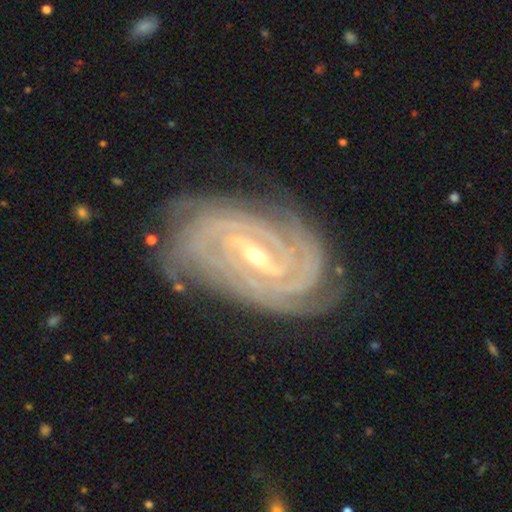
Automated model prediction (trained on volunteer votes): Smooth or featured?
  - featured or disk: 92% *
  - star or artifact: 5%
  - smooth: 4%
Edge-on disk?
  - no: 96% *
  - yes: 4%
Bar?
  - strong: 53% *
  - weak: 37%
  - no: 11%
Spiral arms?
  - yes: 98% *
  - no: 2%
Spiral winding?
  - tight: 81% *
  - medium: 16%
  - loose: 3%
Spiral arm count?
  - 4: 27% *
  - 3: 19%
  - can't tell: 19%
  - 2: 15%
  - more than 4: 13%
  - 1: 8%
Bulge size?
  - small: 54% *
  - moderate: 43%
  - large: 1%
  - none: 1%
  - dominant: 1%
Merging?
  - none: 80% *
  - minor disturbance: 15%
  - major disturbance: 4%
  - merger: 1%